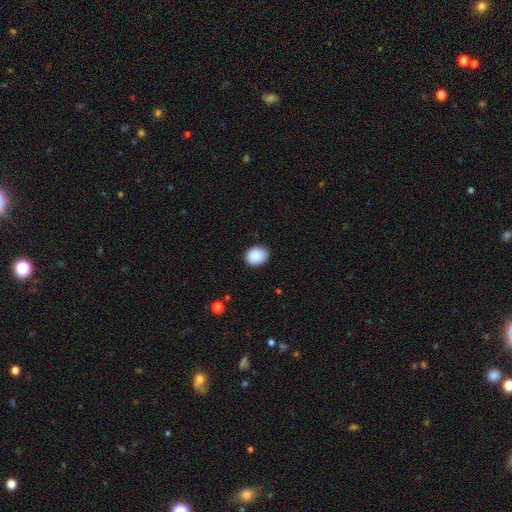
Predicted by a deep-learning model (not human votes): Smooth or featured? Predicted: smooth (p=0.90). How rounded? Predicted: round (p=0.50). Merging? Predicted: none (p=0.86).